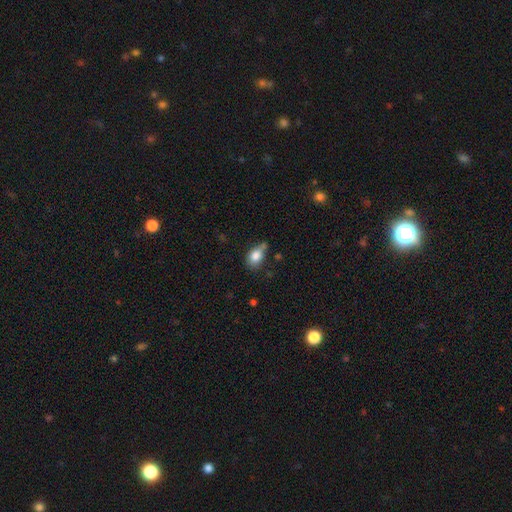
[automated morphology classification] smooth 83%, star or artifact 9%, featured or disk 8%. Down the decision tree: how rounded — in between (78%); merging — none (53%).